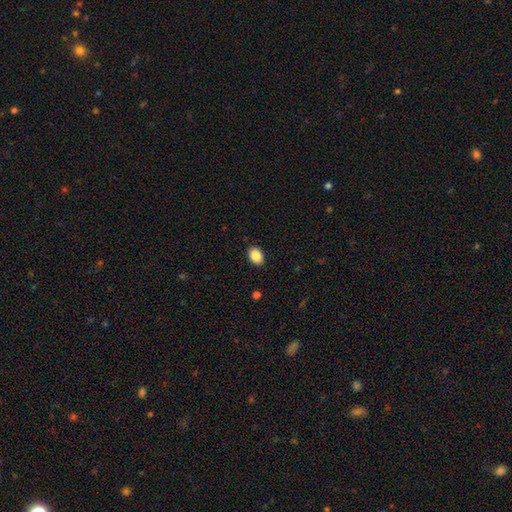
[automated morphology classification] The model was most divided on "how rounded": in between: 80%, round: 19%, cigar-shaped: 1%. More confident: merging — none (89%); smooth or featured — smooth (88%).